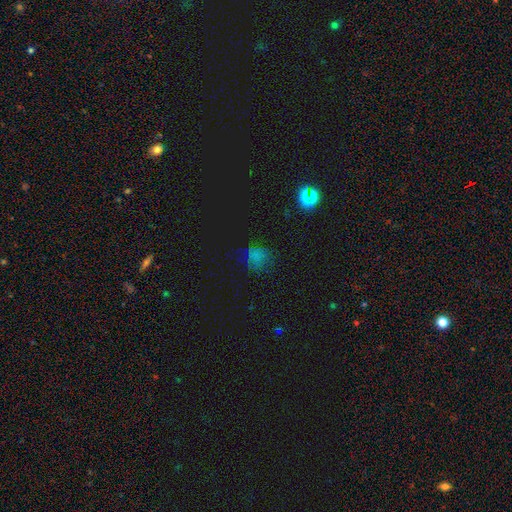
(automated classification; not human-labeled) A smooth galaxy with no disk features (56%) that is round (75%).

Vote fractions:
- Smooth or featured? smooth: 56% / star or artifact: 34% / featured or disk: 10%
- How rounded? round: 75% / in between: 23% / cigar-shaped: 1%
- Merging? none: 65% / minor disturbance: 21% / major disturbance: 11% / merger: 2%